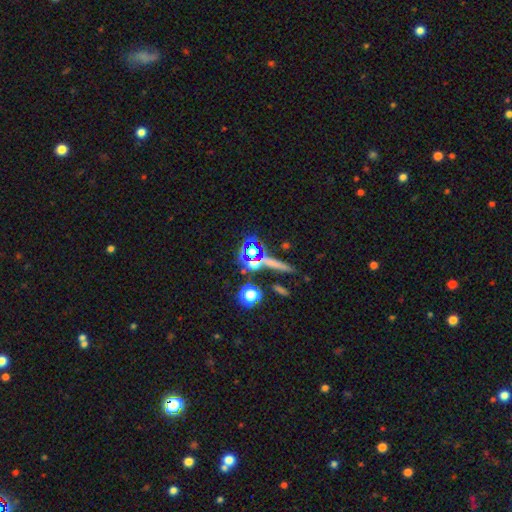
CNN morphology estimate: This appears to be a star or artifact, not a galaxy (55%).